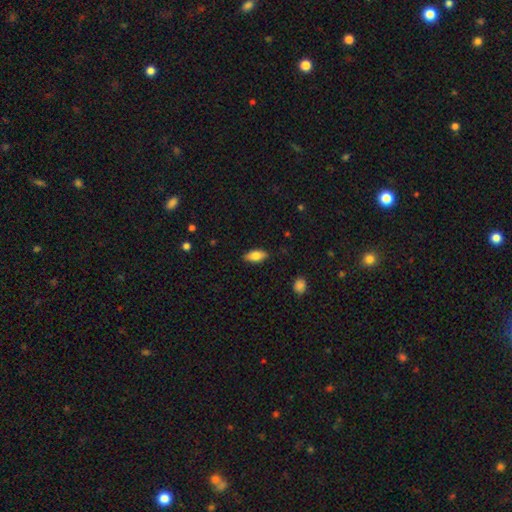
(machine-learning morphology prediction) The model was most divided on "smooth or featured": smooth: 77%, featured or disk: 16%, star or artifact: 7%. More confident: merging — none (86%); how rounded — in between (86%).